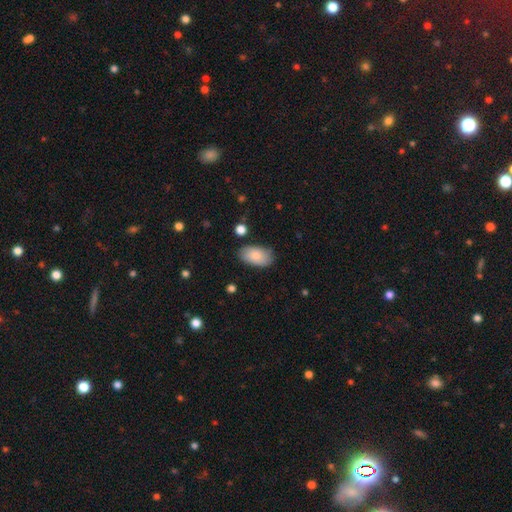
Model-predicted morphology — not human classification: A smooth galaxy with no disk features (86%) that is in between round and cigar-shaped (95%). Merging: none (81%).